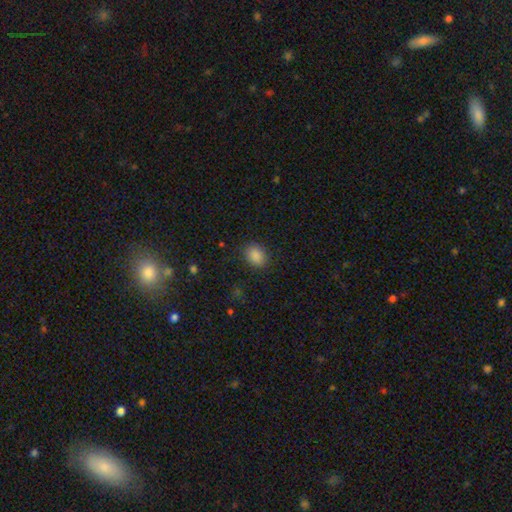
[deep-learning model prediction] Morphology: type=smooth (87%); roundness=in between (52%); merging=none (84%).